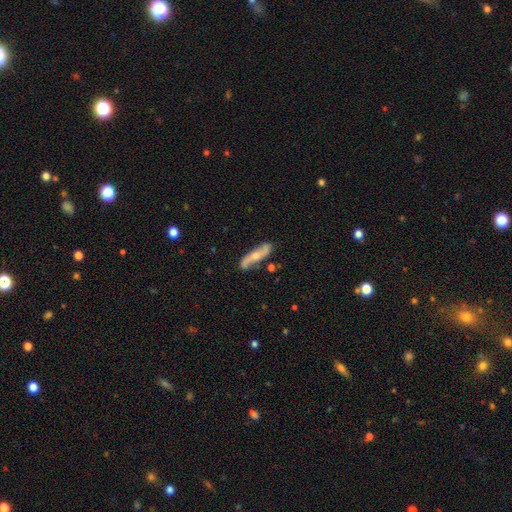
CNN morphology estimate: Overall: featured or disk (64%; smooth 30%). Edge-on disk: no (70%). Merging: none (80%).